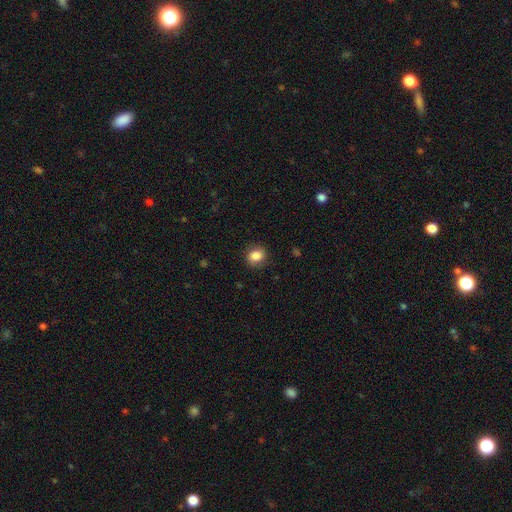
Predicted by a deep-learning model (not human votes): Q: Smooth or featured?
A: smooth (85%); runner-up: star or artifact (9%)
Q: How rounded?
A: round (66%); runner-up: in between (33%)
Q: Merging?
A: none (86%); runner-up: minor disturbance (10%)